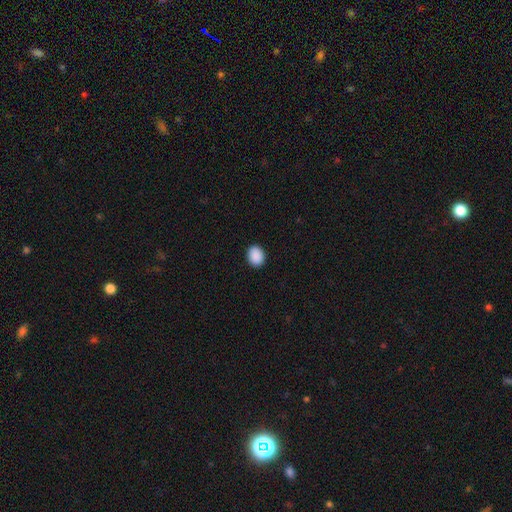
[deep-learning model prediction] smooth 90%, star or artifact 8%, featured or disk 2%. Down the decision tree: how rounded — round (50%); merging — none (91%).